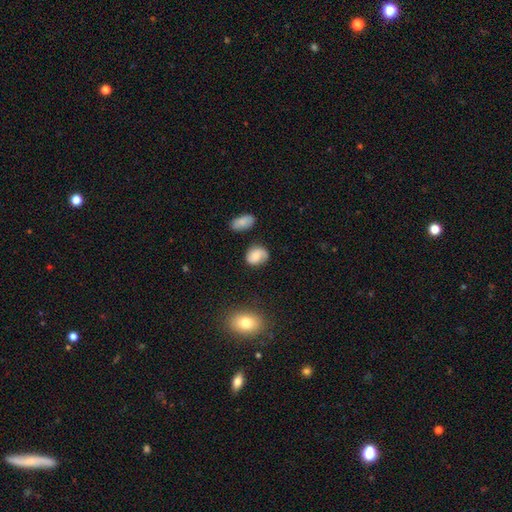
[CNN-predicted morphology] smooth 67%, featured or disk 24%, star or artifact 9%. Down the decision tree: how rounded — round (52%); merging — none (67%).